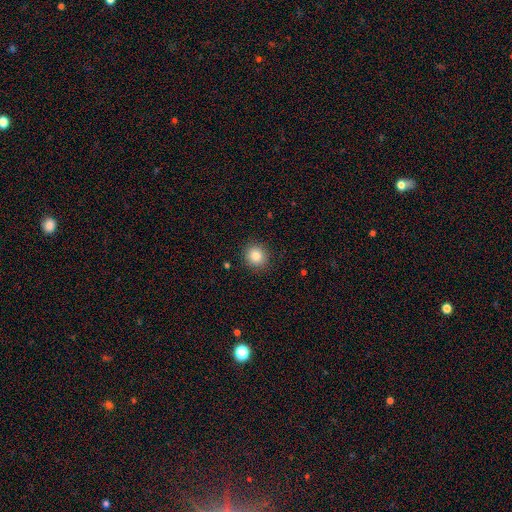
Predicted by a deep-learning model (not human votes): The model was most divided on "smooth or featured": smooth: 84%, star or artifact: 10%, featured or disk: 6%. More confident: merging — none (90%); how rounded — round (88%).